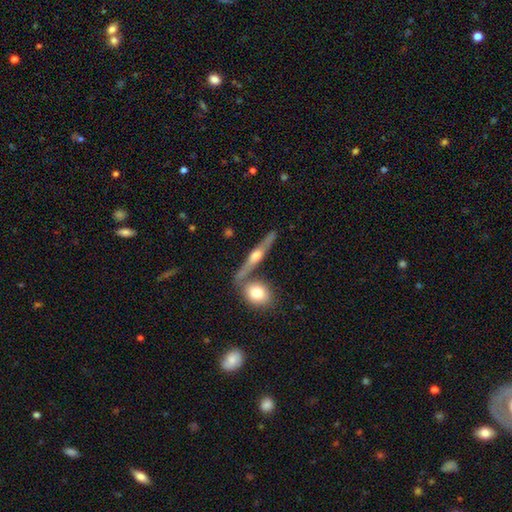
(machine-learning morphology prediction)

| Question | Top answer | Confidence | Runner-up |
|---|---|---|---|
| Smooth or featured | featured or disk | 71% | smooth (23%) |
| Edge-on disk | yes | 94% | no (6%) |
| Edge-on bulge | rounded | 90% | boxy (6%) |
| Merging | none | 73% | merger (14%) |